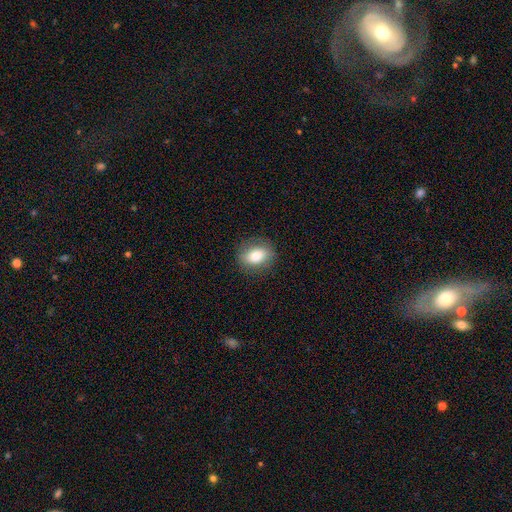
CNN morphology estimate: Smooth or featured? smooth (78%)
How rounded? in between (62%)
Merging? none (85%)